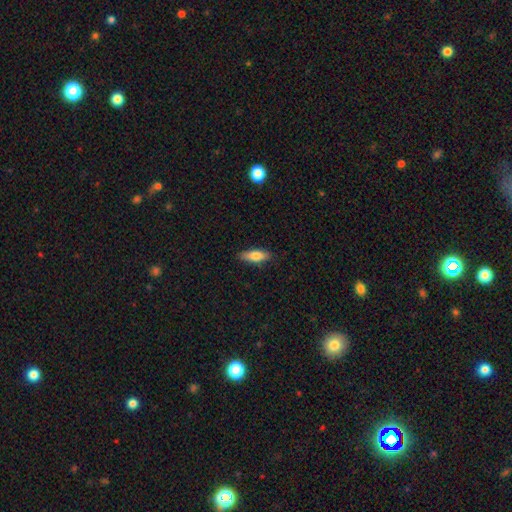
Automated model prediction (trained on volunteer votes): A smooth galaxy with no disk features (76%) that is in between round and cigar-shaped (57%). Merging: none (86%).